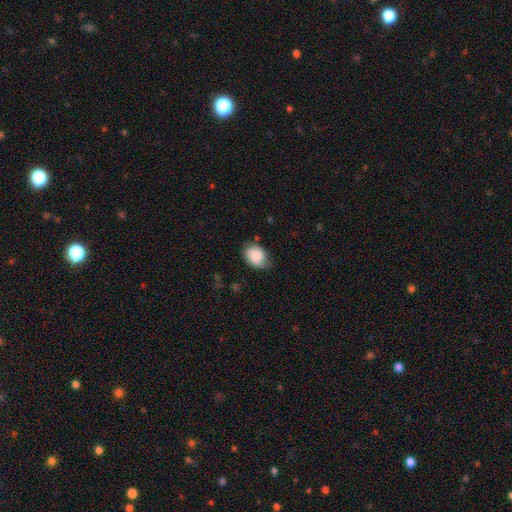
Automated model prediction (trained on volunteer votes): Smooth or featured? Predicted: smooth (p=0.81). How rounded? Predicted: in between (p=0.73). Merging? Predicted: none (p=0.67).